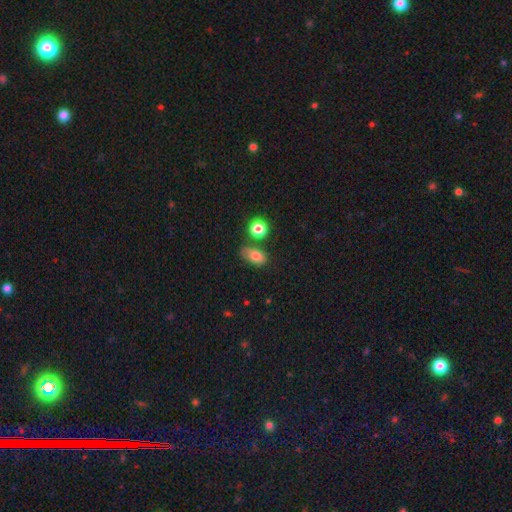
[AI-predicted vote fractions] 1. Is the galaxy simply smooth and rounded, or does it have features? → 80% smooth, 10% star or artifact, 10% featured or disk.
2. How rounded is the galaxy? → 84% in between, 14% round, 3% cigar-shaped.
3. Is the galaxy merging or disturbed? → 61% none, 22% minor disturbance, 11% merger, 6% major disturbance.